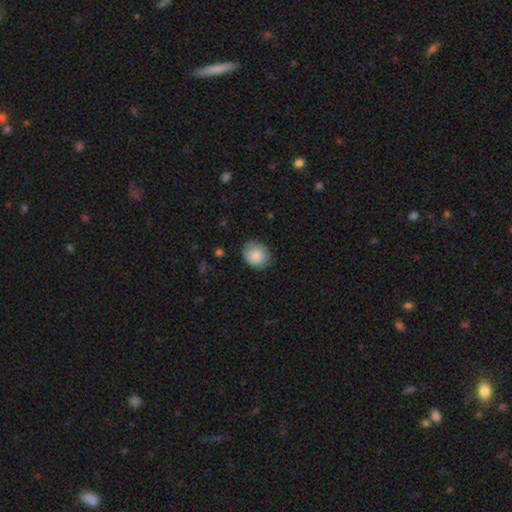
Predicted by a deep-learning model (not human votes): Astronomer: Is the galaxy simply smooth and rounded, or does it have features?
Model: smooth — 85%.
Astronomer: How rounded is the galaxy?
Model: round — 59% (runner-up: in between, 40%).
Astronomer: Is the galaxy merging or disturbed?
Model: none — 78%.